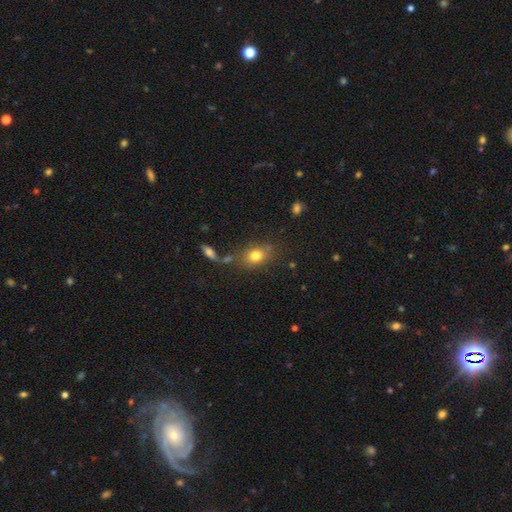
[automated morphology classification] Smooth or featured? smooth (78%)
How rounded? in between (62%)
Merging? none (69%)